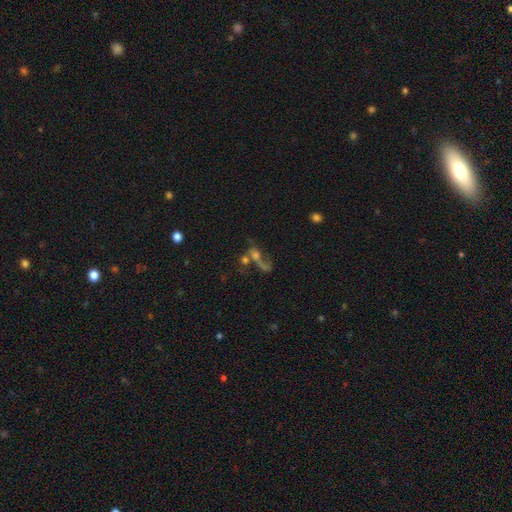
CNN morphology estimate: Smooth or featured: featured or disk — 43% (smooth — 32%)
Merging: merger — 39% (none — 29%)